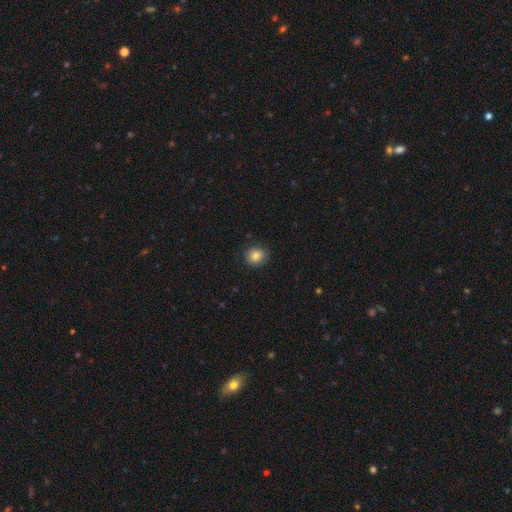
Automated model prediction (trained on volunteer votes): smooth_or_featured: smooth (p=0.82) [alt: star or artifact p=0.10]
how_rounded: round (p=0.73) [alt: in between p=0.26]
merging: none (p=0.84) [alt: minor disturbance p=0.12]